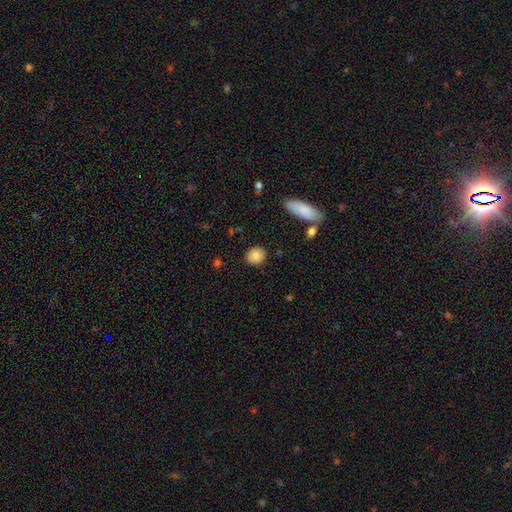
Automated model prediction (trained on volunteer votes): A smooth galaxy with no disk features (85%) that is round (79%).

Vote fractions:
- Smooth or featured? smooth: 85% / star or artifact: 8% / featured or disk: 7%
- How rounded? round: 79% / in between: 19% / cigar-shaped: 1%
- Merging? none: 88% / minor disturbance: 8% / major disturbance: 2% / merger: 2%